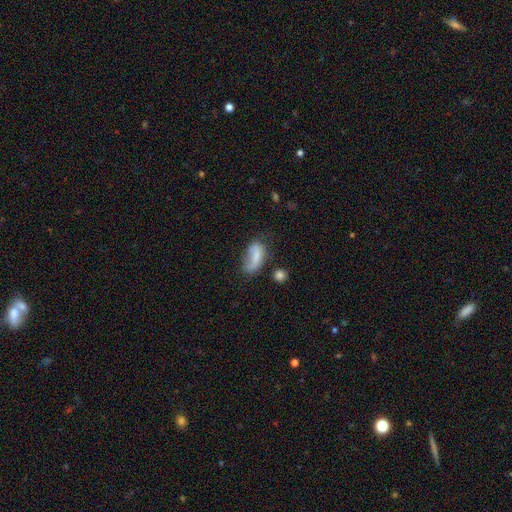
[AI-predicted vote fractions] Smooth or featured?
  - smooth: 67% *
  - featured or disk: 24%
  - star or artifact: 9%
How rounded?
  - in between: 86% *
  - cigar-shaped: 9%
  - round: 5%
Merging?
  - none: 36% *
  - minor disturbance: 29%
  - major disturbance: 27%
  - merger: 8%